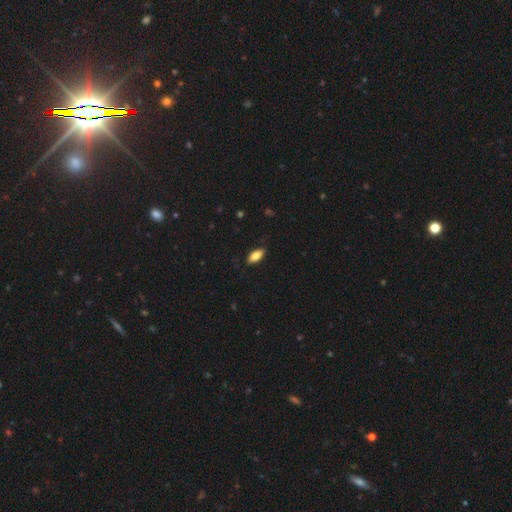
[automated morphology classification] Smooth or featured? smooth (82%)
How rounded? in between (88%)
Merging? none (85%)